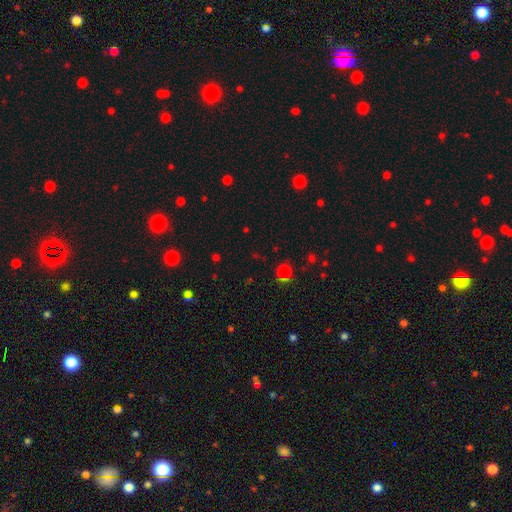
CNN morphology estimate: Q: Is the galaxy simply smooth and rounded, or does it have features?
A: star or artifact — 49%.